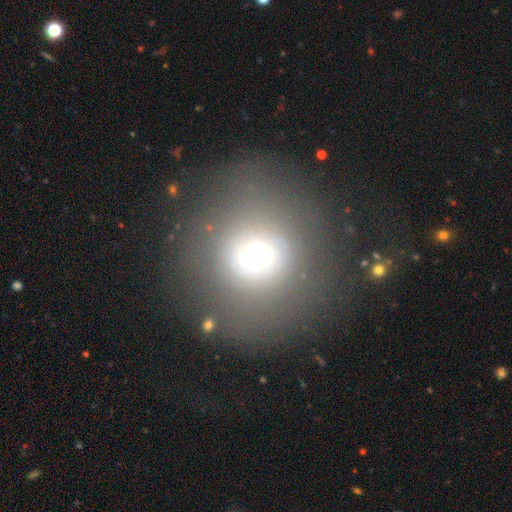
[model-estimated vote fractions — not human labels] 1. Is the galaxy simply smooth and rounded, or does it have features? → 59% smooth, 22% featured or disk, 19% star or artifact.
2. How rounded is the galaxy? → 88% round, 11% in between, 1% cigar-shaped.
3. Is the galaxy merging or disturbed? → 75% none, 12% minor disturbance, 10% major disturbance, 2% merger.